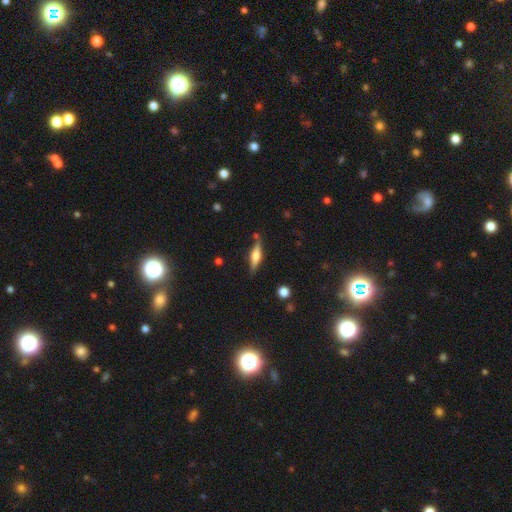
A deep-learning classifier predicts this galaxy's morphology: Smooth or featured?
  - featured or disk: 62% *
  - smooth: 31%
  - star or artifact: 7%
Edge-on disk?
  - yes: 96% *
  - no: 4%
Edge-on bulge?
  - rounded: 85% *
  - boxy: 12%
  - none: 3%
Merging?
  - none: 81% *
  - minor disturbance: 12%
  - merger: 4%
  - major disturbance: 3%